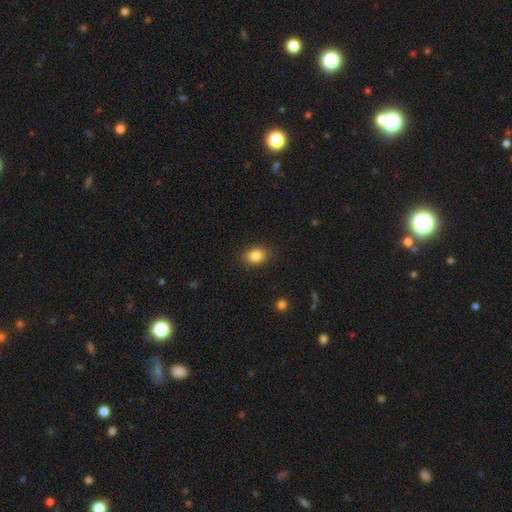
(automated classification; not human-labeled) Overall: smooth (85%). How rounded: in between (71%). Merging: none (87%).